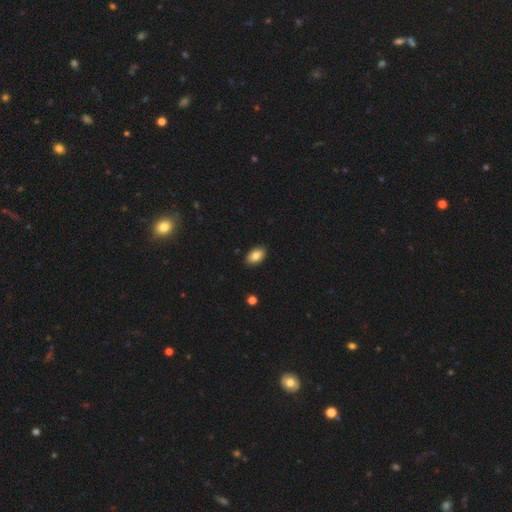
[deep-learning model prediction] Q: Smooth or featured?
A: smooth (84%); runner-up: star or artifact (8%)
Q: How rounded?
A: in between (92%); runner-up: round (7%)
Q: Merging?
A: none (89%); runner-up: minor disturbance (8%)